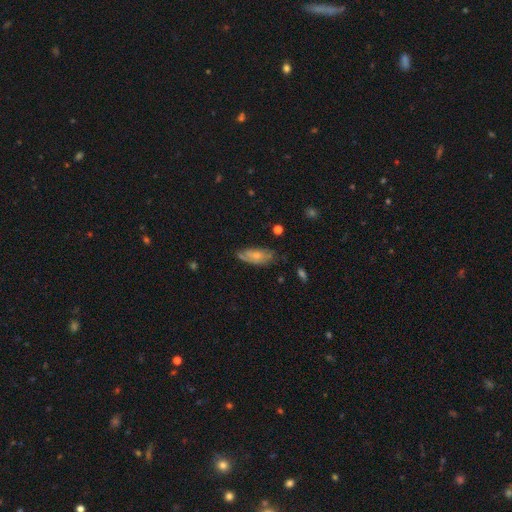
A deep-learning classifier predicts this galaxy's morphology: This appears to be a smooth galaxy with no disk features (50%) that is in between round and cigar-shaped (83%). Merging: none (56%).